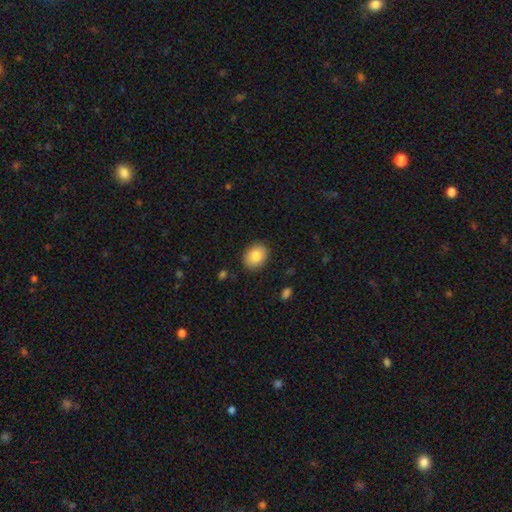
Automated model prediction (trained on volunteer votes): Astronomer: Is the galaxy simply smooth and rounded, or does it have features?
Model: smooth — 86%.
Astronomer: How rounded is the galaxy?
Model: in between — 62%.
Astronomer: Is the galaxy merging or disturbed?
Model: none — 87%.